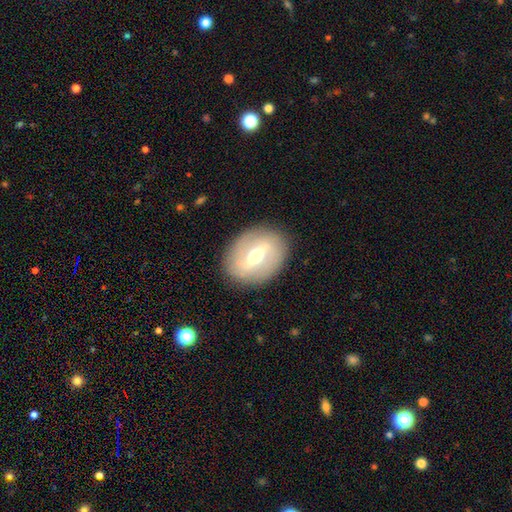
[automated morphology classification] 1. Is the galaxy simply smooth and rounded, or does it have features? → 67% featured or disk, 27% smooth, 7% star or artifact.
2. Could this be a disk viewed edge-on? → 88% no, 12% yes.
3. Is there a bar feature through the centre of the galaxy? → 53% strong, 37% weak, 10% no.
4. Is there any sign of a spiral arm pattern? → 59% no, 41% yes.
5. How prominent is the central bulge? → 73% moderate, 15% small, 10% large, 1% dominant, 1% none.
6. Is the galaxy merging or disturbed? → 86% none, 9% minor disturbance, 4% major disturbance, 1% merger.